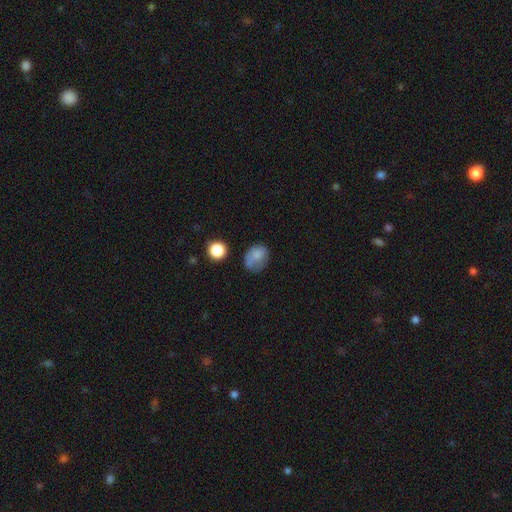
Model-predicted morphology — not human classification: A smooth galaxy with no disk features (72%) that is in between round and cigar-shaped (57%).

Vote fractions:
- Smooth or featured? smooth: 72% / featured or disk: 17% / star or artifact: 11%
- How rounded? in between: 57% / round: 42% / cigar-shaped: 1%
- Merging? none: 43% / minor disturbance: 32% / major disturbance: 17% / merger: 8%